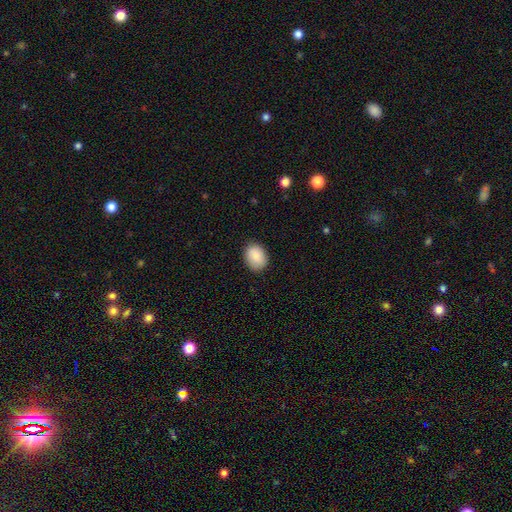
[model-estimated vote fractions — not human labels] smooth 86%, star or artifact 7%, featured or disk 7%. Down the decision tree: how rounded — in between (59%); merging — none (85%).